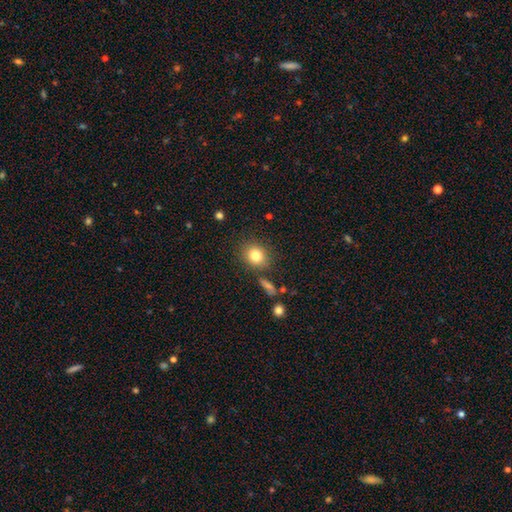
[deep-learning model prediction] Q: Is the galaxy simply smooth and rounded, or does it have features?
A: smooth — 81%.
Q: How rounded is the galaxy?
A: round — 70%.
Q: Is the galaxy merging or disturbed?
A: none — 82%.